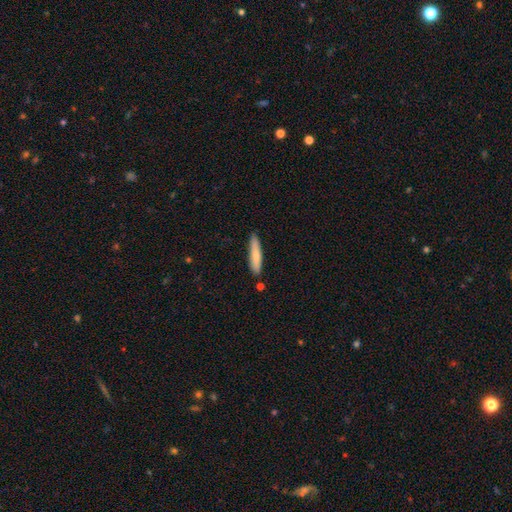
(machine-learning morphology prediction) A smooth galaxy with no disk features (74%) that is cigar-shaped (86%). Merging: none (84%).